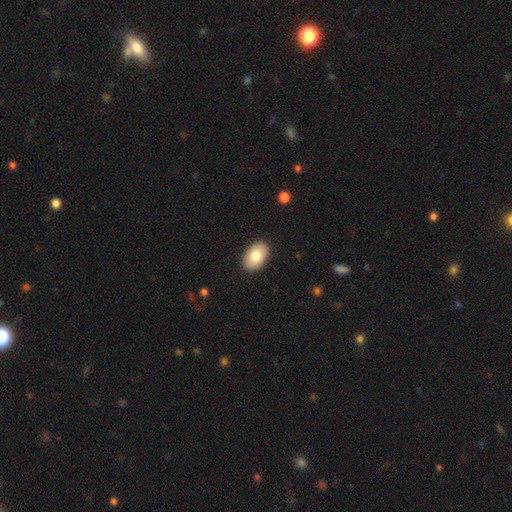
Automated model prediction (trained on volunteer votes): A smooth galaxy with no disk features (81%) that is in between round and cigar-shaped (91%). Merging: none (89%).